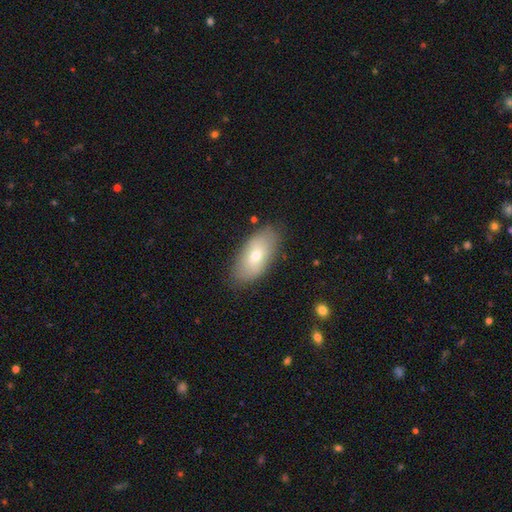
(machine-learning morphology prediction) This is likely a smooth galaxy (69%). How rounded: clearly in between (92%). Merging: clearly none (83%).